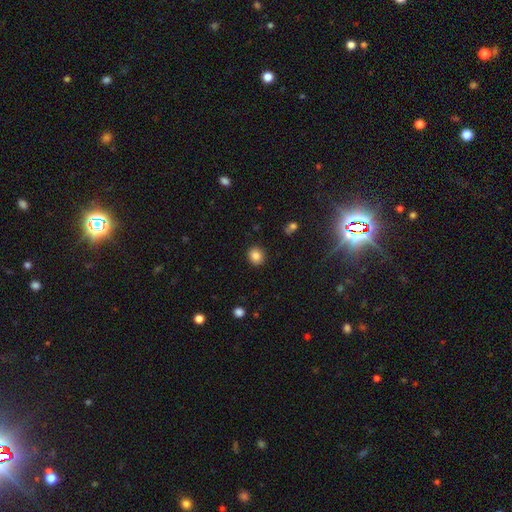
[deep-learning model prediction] Smooth or featured? smooth (85%)
How rounded? round (81%)
Merging? none (90%)